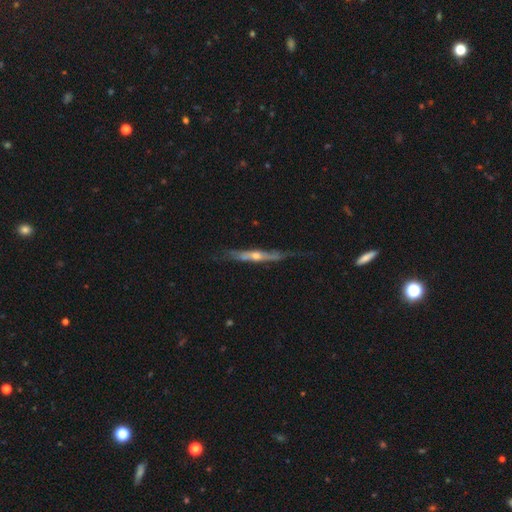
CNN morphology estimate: Smooth or featured? featured or disk (74%)
Edge-on disk? yes (89%)
Edge-on bulge? rounded (78%)
Merging? none (66%)